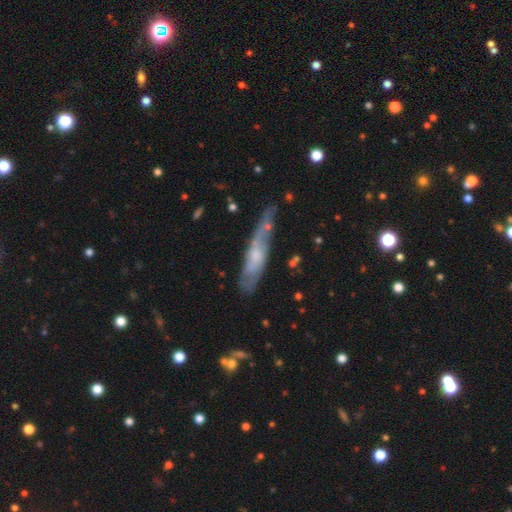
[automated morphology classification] The model was most divided on "edge-on disk" (2-way tie): yes: 50%, no: 50%. More confident: smooth or featured — featured or disk (54%); merging — none (52%).